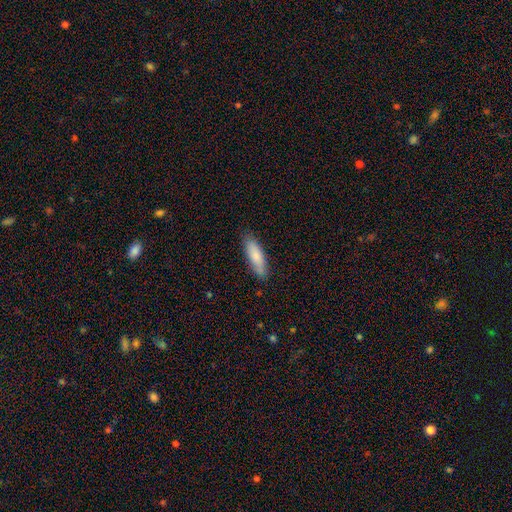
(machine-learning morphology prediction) Smooth or featured? Predicted: smooth (p=0.82). How rounded? Predicted: cigar-shaped (p=0.56). Merging? Predicted: none (p=0.83).